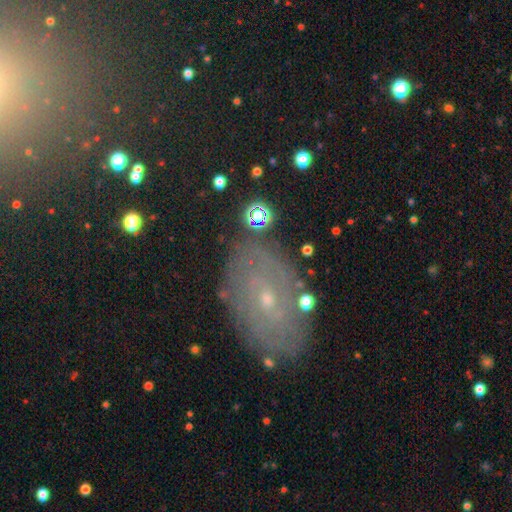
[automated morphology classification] A featured or disk galaxy (57%) with no bar (63%), spiral arms (70%) and a small central bulge (82%). Merging: none (84%).